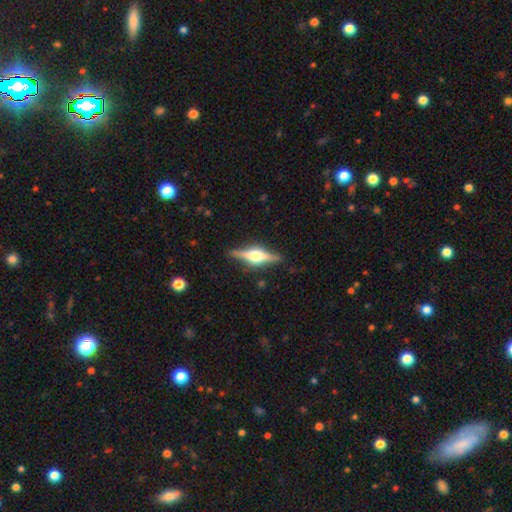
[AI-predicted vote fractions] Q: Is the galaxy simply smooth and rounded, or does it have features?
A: featured or disk — 76%.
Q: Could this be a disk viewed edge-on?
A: yes — 97%.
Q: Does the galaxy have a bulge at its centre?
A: rounded — 90%.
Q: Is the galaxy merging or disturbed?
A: none — 88%.